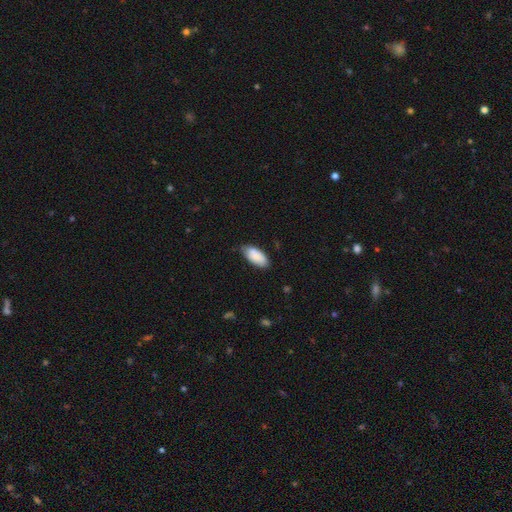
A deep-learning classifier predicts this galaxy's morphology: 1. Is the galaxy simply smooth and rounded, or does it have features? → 87% smooth, 7% featured or disk, 6% star or artifact.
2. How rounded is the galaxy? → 90% in between, 8% cigar-shaped, 2% round.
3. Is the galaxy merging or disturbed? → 72% none, 23% minor disturbance, 3% major disturbance, 2% merger.